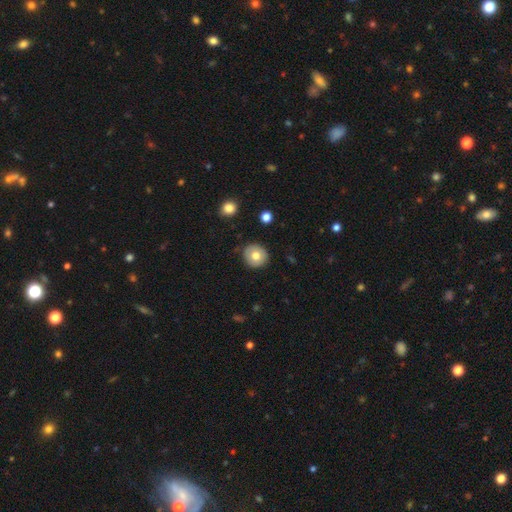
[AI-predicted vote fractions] Smooth or featured: smooth — 74% (featured or disk — 18%)
How rounded: round — 90% (in between — 9%)
Merging: none — 88% (minor disturbance — 8%)